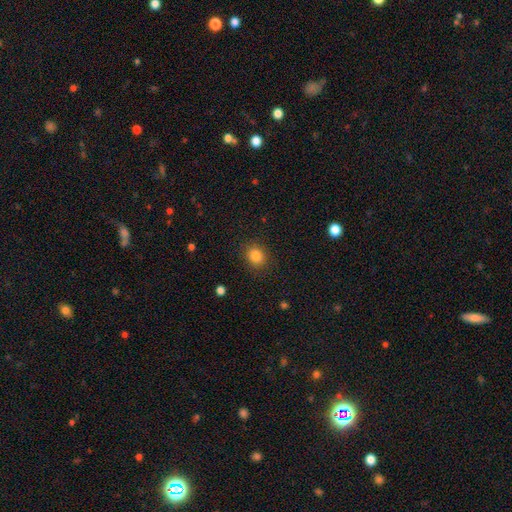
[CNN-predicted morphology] smooth 84%, star or artifact 11%, featured or disk 5%. Down the decision tree: how rounded — round (64%); merging — none (87%).